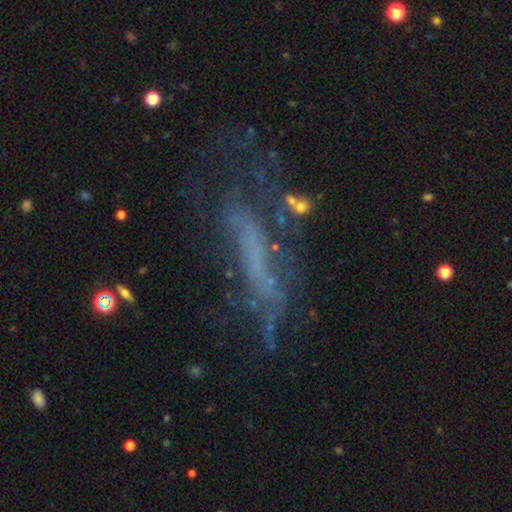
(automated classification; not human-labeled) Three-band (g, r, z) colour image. It shows a featured or disk galaxy (53%). Merging: none (41%).